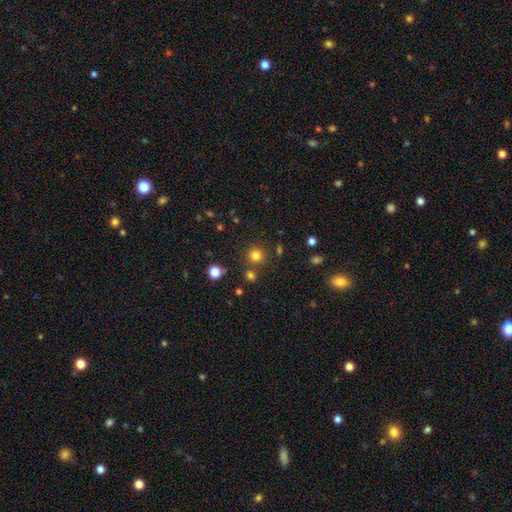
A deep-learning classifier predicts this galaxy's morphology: The model was most divided on "smooth or featured": smooth: 79%, star or artifact: 16%, featured or disk: 5%. More confident: how rounded — round (94%); merging — none (84%).